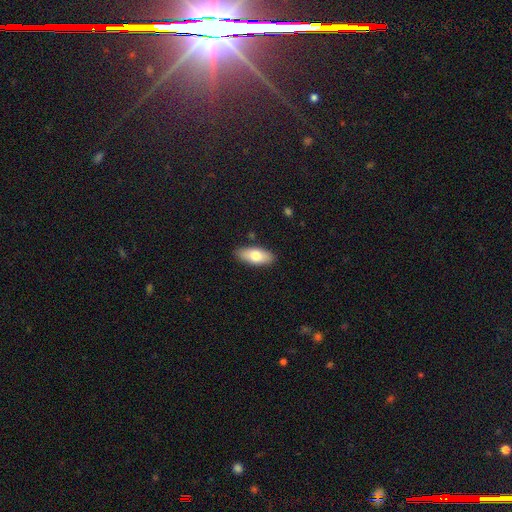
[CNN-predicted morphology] This is likely a smooth galaxy (74%). How rounded: clearly in between (84%). Merging: clearly none (87%).